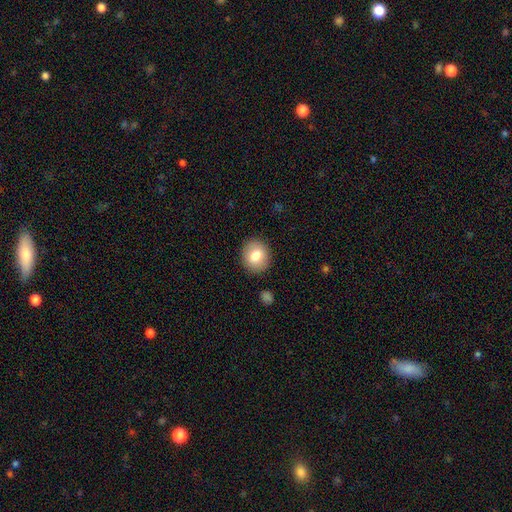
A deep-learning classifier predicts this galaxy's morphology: A smooth galaxy with no disk features (80%) that is round (73%). Merging: none (88%).